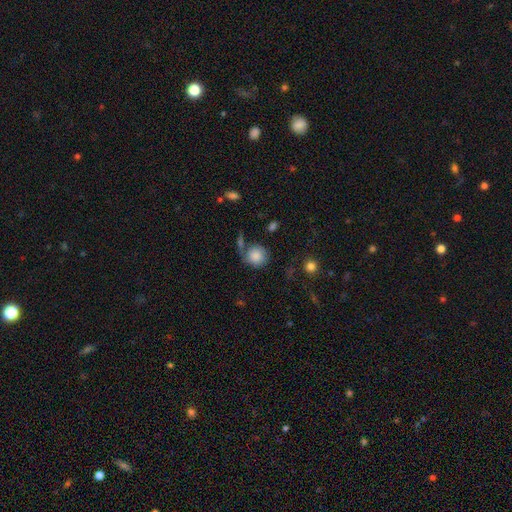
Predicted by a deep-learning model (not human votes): smooth_or_featured: smooth (p=0.82) [alt: featured or disk p=0.10]
how_rounded: round (p=0.88) [alt: in between p=0.11]
merging: none (p=0.59) [alt: minor disturbance p=0.16]